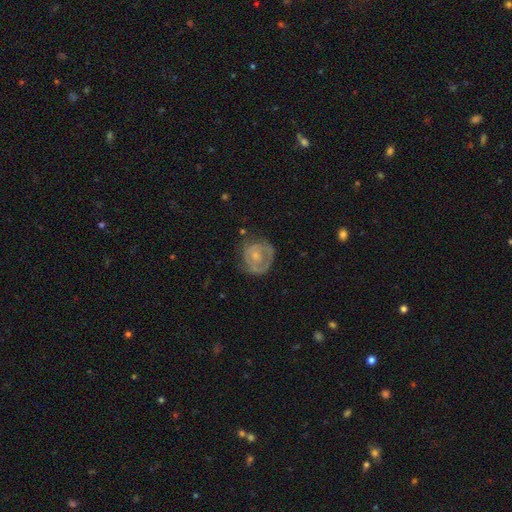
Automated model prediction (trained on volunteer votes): Morphology: type=featured or disk (62%); edge-on=no (97%); bar=no (80%); spiral arms=yes (58%); bulge=small (60%); merging=none (58%).